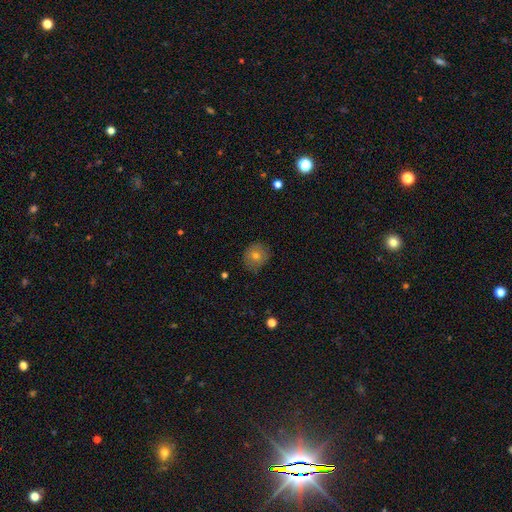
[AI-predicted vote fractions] Morphology: type=smooth (68%); roundness=round (86%); merging=none (85%).